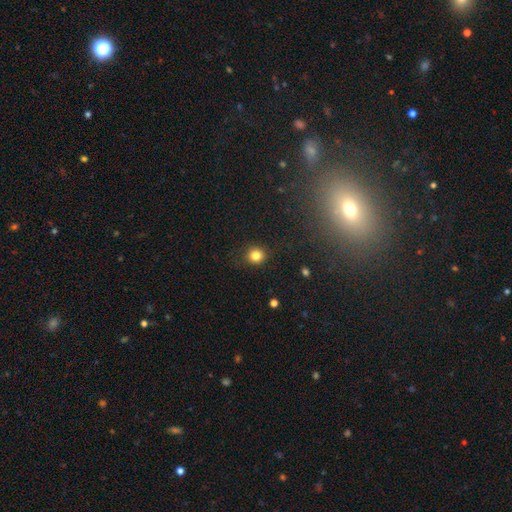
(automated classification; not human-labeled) smooth 83%, star or artifact 12%, featured or disk 5%. Down the decision tree: how rounded — round (88%); merging — none (90%).